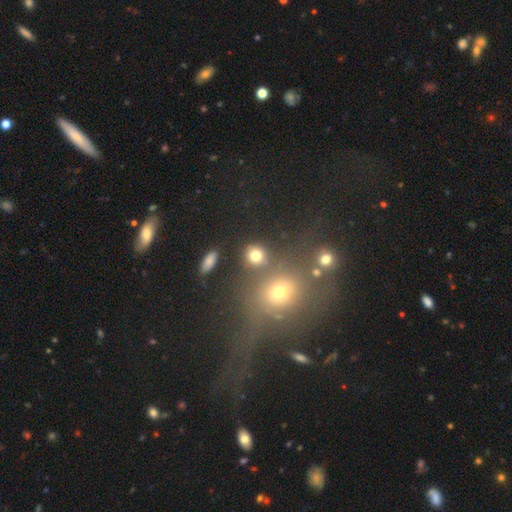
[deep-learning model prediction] smooth-or-featured: smooth: 77% | star or artifact: 15% | featured or disk: 8%
  how-rounded: round: 82% | in between: 16% | cigar-shaped: 1%
  merging: none: 71% | merger: 14% | minor disturbance: 9% | major disturbance: 5%